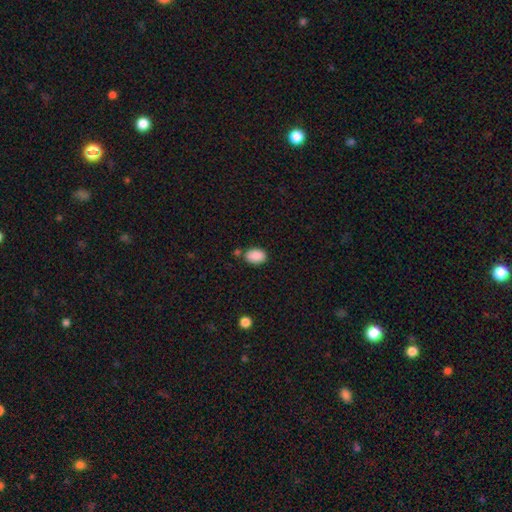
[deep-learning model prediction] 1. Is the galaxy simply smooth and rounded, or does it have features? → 89% smooth, 8% star or artifact, 3% featured or disk.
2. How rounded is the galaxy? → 83% in between, 16% round, 1% cigar-shaped.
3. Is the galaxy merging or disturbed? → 75% none, 15% minor disturbance, 7% merger, 3% major disturbance.